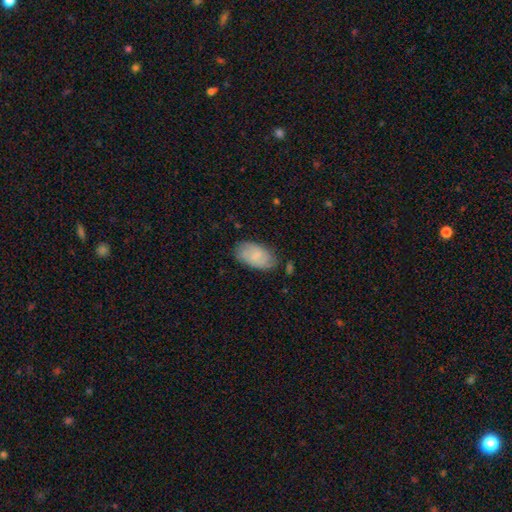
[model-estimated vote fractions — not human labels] Smooth or featured?
  - smooth: 65% *
  - featured or disk: 27%
  - star or artifact: 7%
How rounded?
  - in between: 94% *
  - round: 4%
  - cigar-shaped: 2%
Merging?
  - none: 73% *
  - minor disturbance: 20%
  - major disturbance: 4%
  - merger: 2%